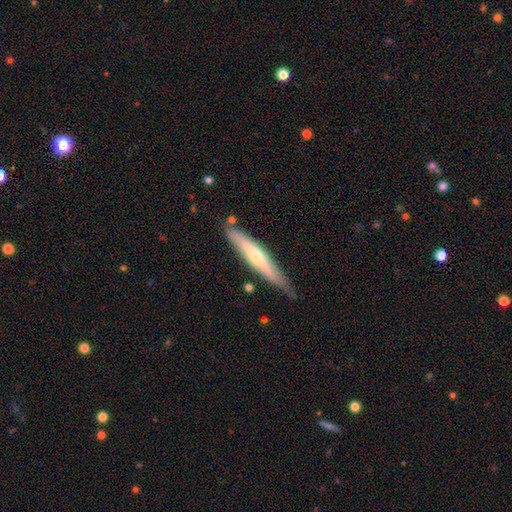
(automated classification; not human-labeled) The model was most divided on "smooth or featured": featured or disk: 51%, smooth: 43%, star or artifact: 6%. More confident: edge-on disk — yes (86%); merging — none (74%).